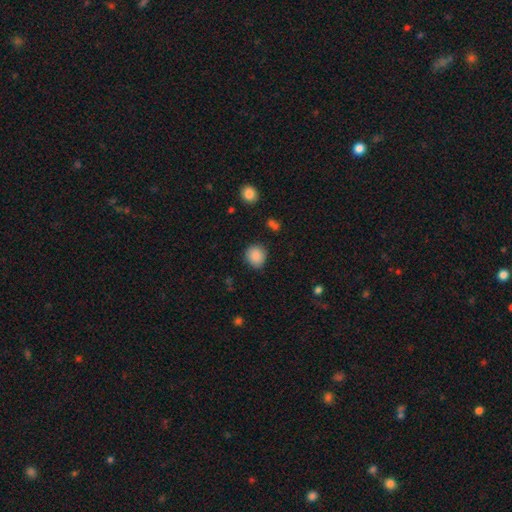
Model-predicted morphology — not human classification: A smooth galaxy with no disk features (87%) that is round (84%). Merging: none (85%).